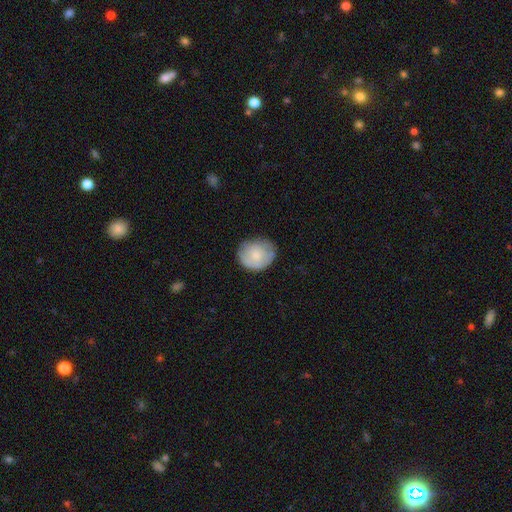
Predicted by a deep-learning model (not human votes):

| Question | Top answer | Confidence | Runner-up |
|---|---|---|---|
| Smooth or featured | smooth | 70% | featured or disk (23%) |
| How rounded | round | 67% | in between (32%) |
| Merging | none | 71% | minor disturbance (22%) |